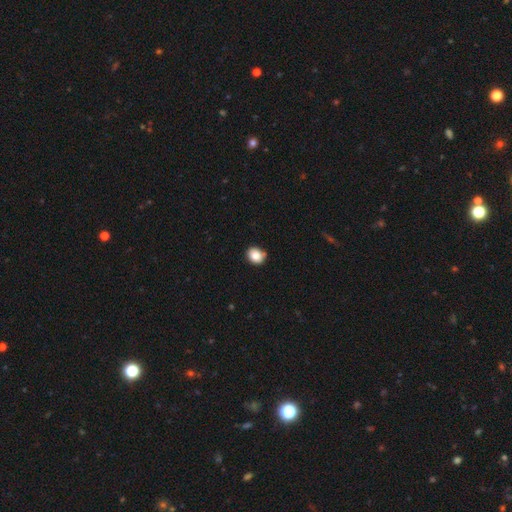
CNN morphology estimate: smooth_or_featured: smooth (p=0.84) [alt: star or artifact p=0.09]
how_rounded: round (p=0.62) [alt: in between p=0.37]
merging: none (p=0.80) [alt: minor disturbance p=0.16]